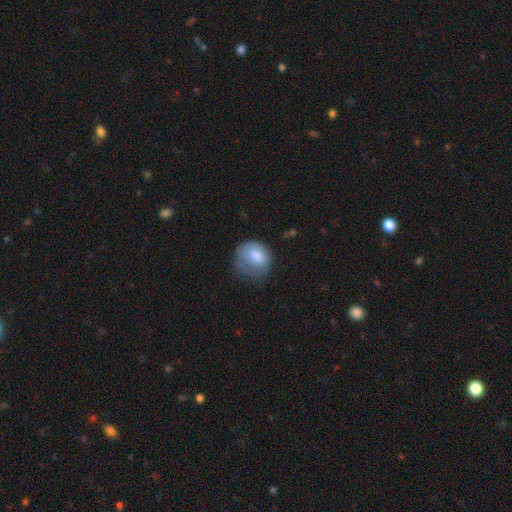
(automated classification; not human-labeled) Smooth or featured? Predicted: smooth (p=0.74). How rounded? Predicted: round (p=0.67). Merging? Predicted: none (p=0.35).